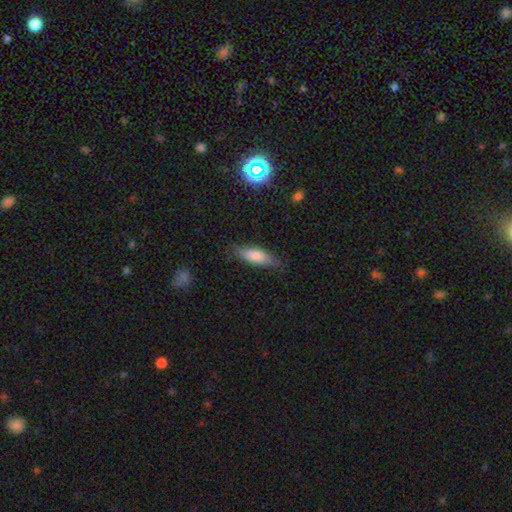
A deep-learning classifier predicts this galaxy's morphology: Smooth or featured? Predicted: smooth (p=0.71). How rounded? Predicted: cigar-shaped (p=0.50). Merging? Predicted: none (p=0.79).